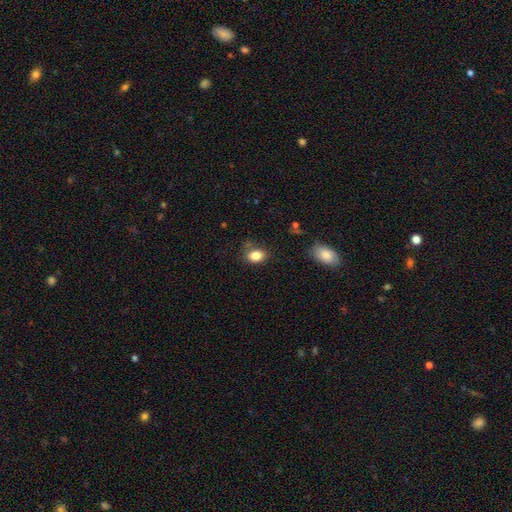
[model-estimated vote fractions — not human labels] A smooth galaxy with no disk features (84%) that is in between round and cigar-shaped (69%). Merging: none (70%).